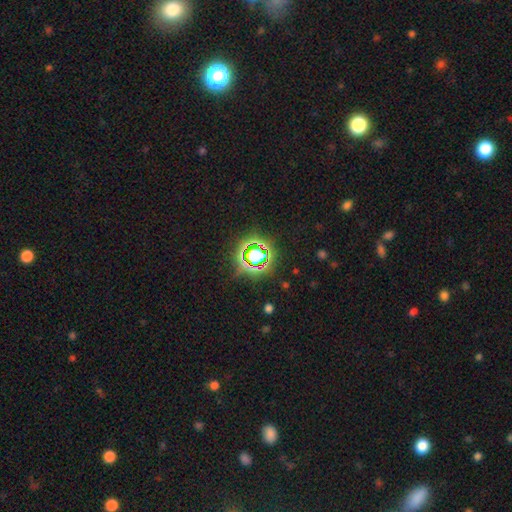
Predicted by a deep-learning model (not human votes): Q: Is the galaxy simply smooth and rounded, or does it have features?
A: star or artifact — 71%.